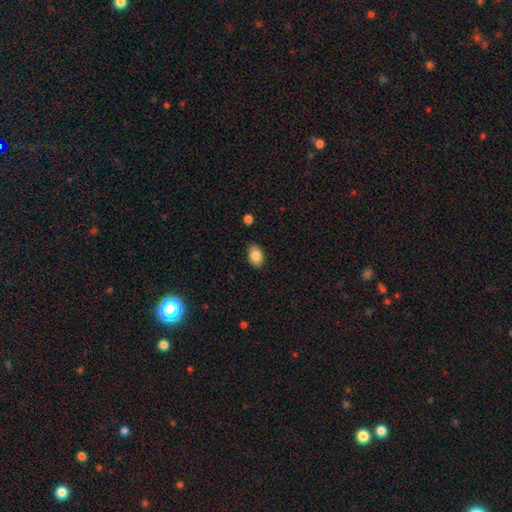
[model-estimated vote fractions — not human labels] Q: Smooth or featured?
A: smooth (85%); runner-up: star or artifact (8%)
Q: How rounded?
A: in between (88%); runner-up: round (11%)
Q: Merging?
A: none (86%); runner-up: minor disturbance (11%)